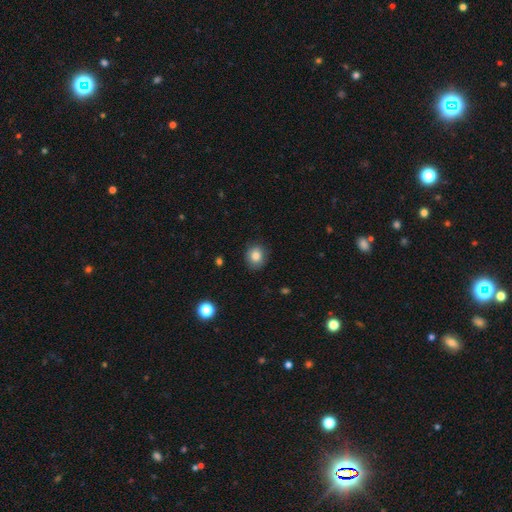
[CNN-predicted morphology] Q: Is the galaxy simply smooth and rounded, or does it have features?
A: smooth — 83%.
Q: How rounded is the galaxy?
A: round — 75%.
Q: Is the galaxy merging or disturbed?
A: none — 87%.